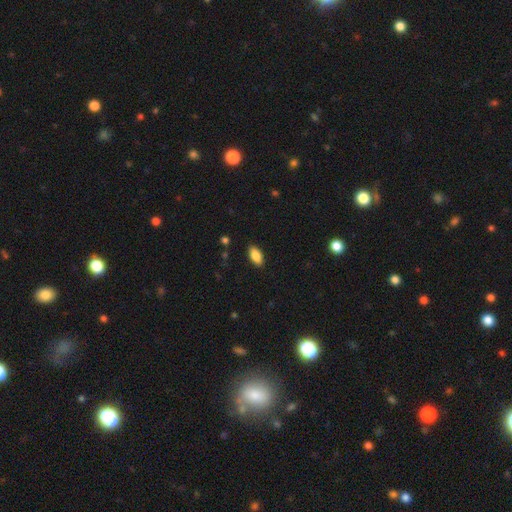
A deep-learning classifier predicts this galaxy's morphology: Q: Smooth or featured?
A: smooth (84%); runner-up: featured or disk (8%)
Q: How rounded?
A: in between (90%); runner-up: cigar-shaped (8%)
Q: Merging?
A: none (88%); runner-up: minor disturbance (9%)